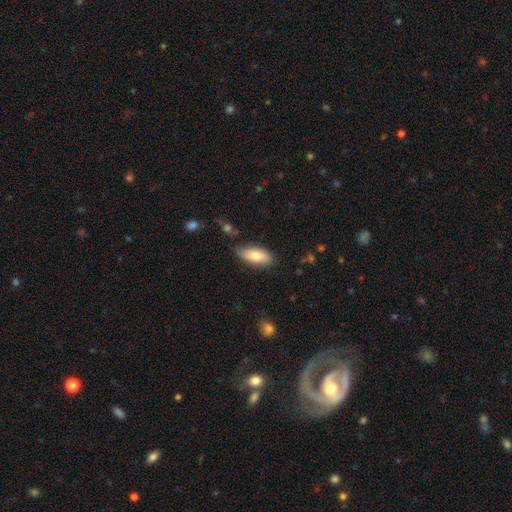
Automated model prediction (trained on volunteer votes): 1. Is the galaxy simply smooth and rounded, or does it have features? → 79% smooth, 15% featured or disk, 6% star or artifact.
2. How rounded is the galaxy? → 84% in between, 14% cigar-shaped, 2% round.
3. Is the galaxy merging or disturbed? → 80% none, 15% minor disturbance, 3% major disturbance, 2% merger.